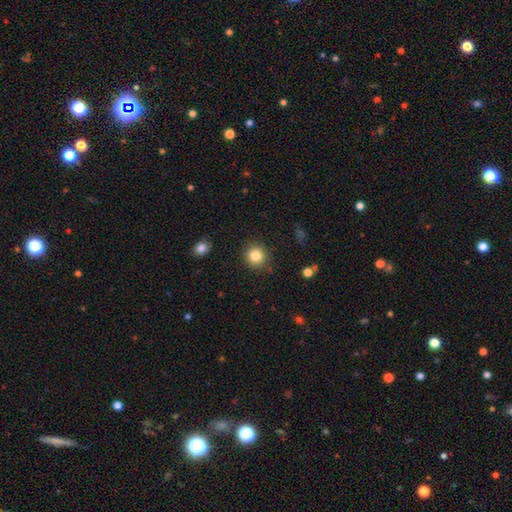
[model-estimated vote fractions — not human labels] This is clearly a smooth galaxy (83%). How rounded: clearly round (92%). Merging: clearly none (89%).